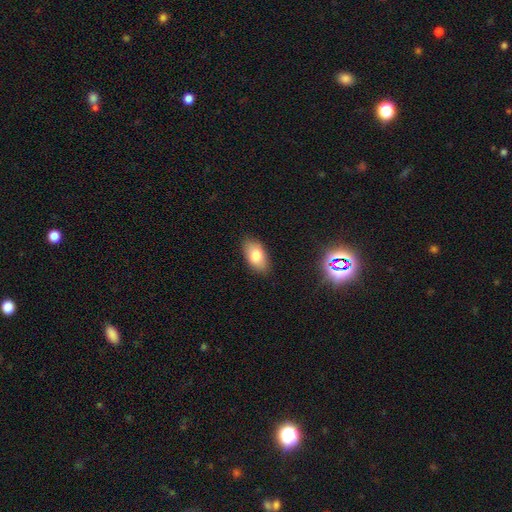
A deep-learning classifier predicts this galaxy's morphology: type=smooth (78%); roundness=in between (92%); merging=none (84%).